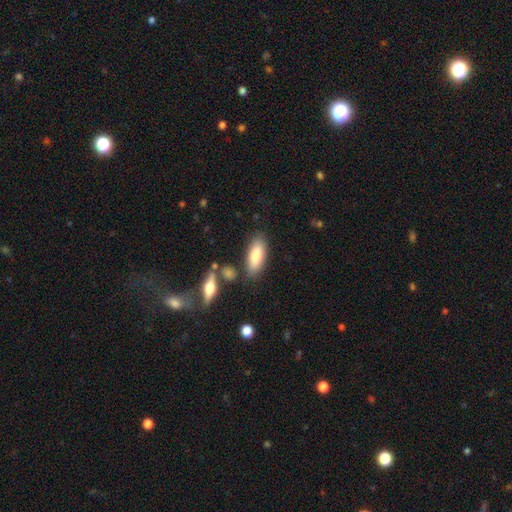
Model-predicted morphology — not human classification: A smooth galaxy with no disk features (80%) that is in between round and cigar-shaped (74%).

Vote fractions:
- Smooth or featured? smooth: 80% / featured or disk: 14% / star or artifact: 6%
- How rounded? in between: 74% / cigar-shaped: 24% / round: 2%
- Merging? none: 78% / minor disturbance: 12% / merger: 7% / major disturbance: 3%